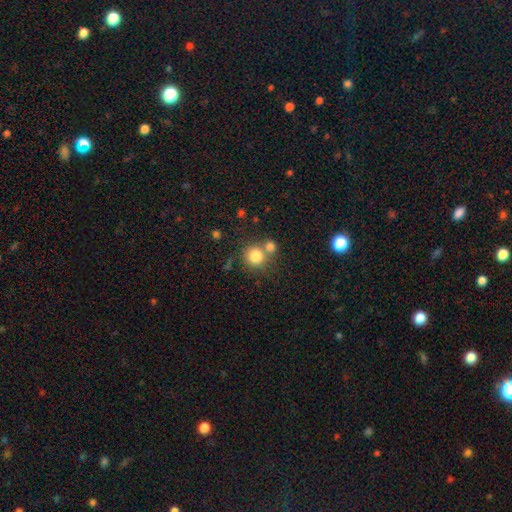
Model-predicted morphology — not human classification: A smooth galaxy with no disk features (81%) that is round (90%).

Vote fractions:
- Smooth or featured? smooth: 81% / star or artifact: 11% / featured or disk: 8%
- How rounded? round: 90% / in between: 9% / cigar-shaped: 1%
- Merging? none: 57% / merger: 32% / minor disturbance: 8% / major disturbance: 3%